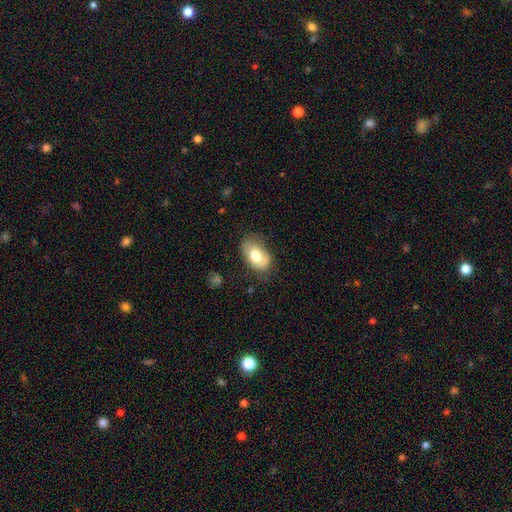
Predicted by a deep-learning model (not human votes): Smooth or featured? Predicted: smooth (p=0.70). How rounded? Predicted: in between (p=0.89). Merging? Predicted: none (p=0.68).